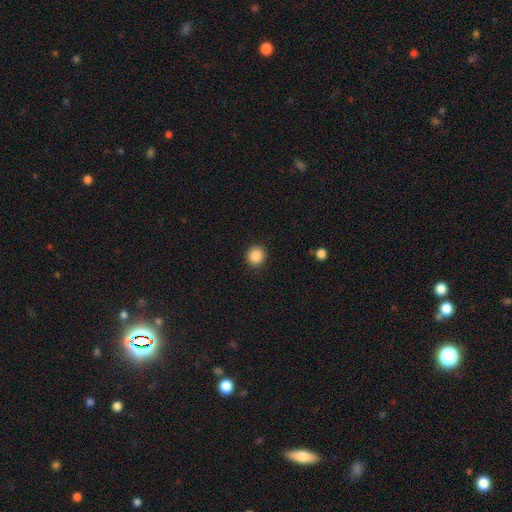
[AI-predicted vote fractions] This appears to be a smooth galaxy with no disk features (87%) that is round (92%). Merging: none (92%).